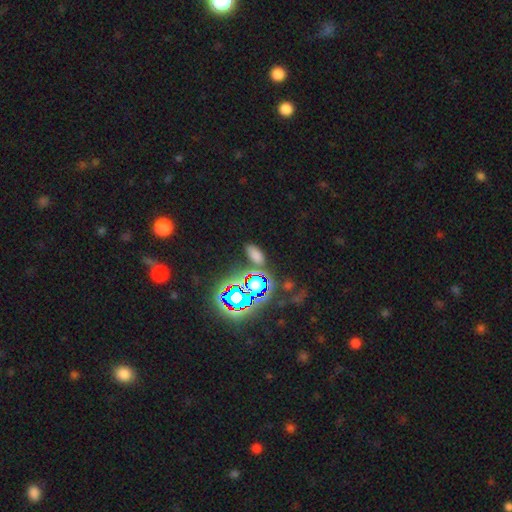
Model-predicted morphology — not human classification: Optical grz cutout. It shows a smooth galaxy with no disk features (57%) that is in between round and cigar-shaped (85%). Merging: none (78%).